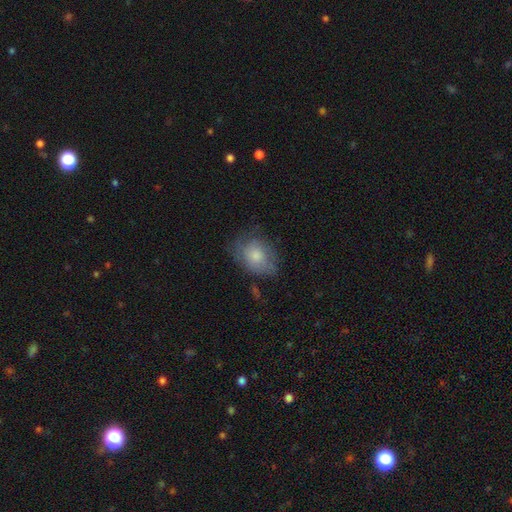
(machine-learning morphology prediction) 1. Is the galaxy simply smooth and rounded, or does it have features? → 63% smooth, 29% featured or disk, 8% star or artifact.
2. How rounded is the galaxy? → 65% in between, 33% round, 1% cigar-shaped.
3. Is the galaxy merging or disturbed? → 53% none, 31% minor disturbance, 14% major disturbance, 2% merger.